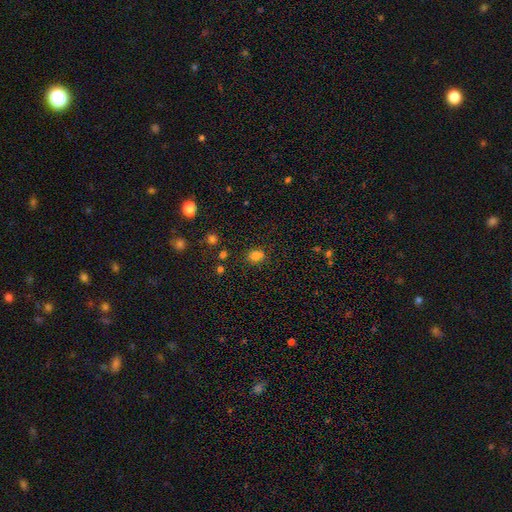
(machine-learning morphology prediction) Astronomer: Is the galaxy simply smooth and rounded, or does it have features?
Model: smooth — 79%.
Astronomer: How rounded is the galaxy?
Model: round — 51% (runner-up: in between, 48%).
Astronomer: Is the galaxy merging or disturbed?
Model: none — 72%.